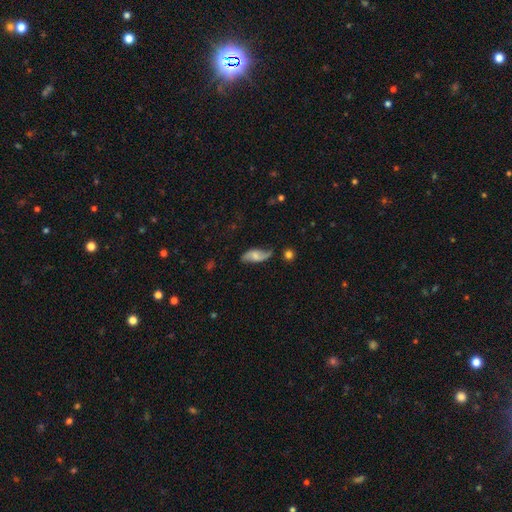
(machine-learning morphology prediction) type=featured or disk (64%); edge-on=no (92%); bar=no (55%); spiral arms=yes (92%); winding=loose (77%); arm count=2 (89%); bulge=moderate (38%); merging=none (66%).